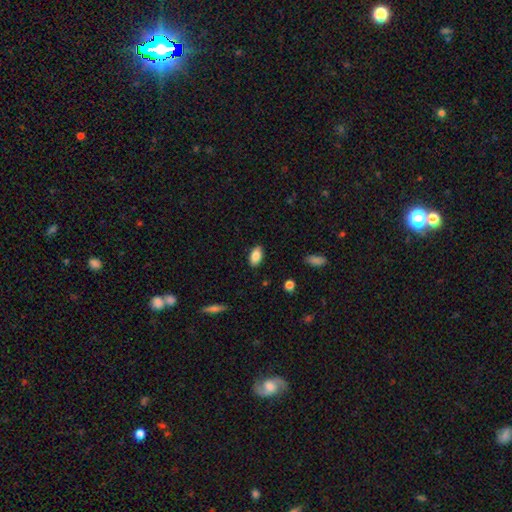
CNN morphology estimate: smooth-or-featured: smooth: 86% | star or artifact: 7% | featured or disk: 7%
  how-rounded: in between: 93% | round: 4% | cigar-shaped: 4%
  merging: none: 87% | minor disturbance: 9% | major disturbance: 2% | merger: 1%